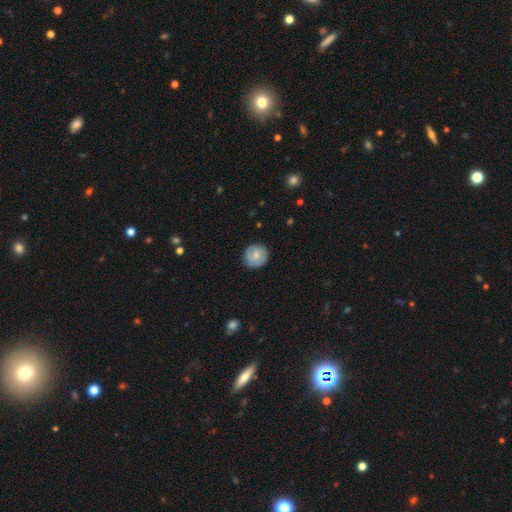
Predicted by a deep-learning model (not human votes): The model was most divided on "smooth or featured": smooth: 63%, featured or disk: 30%, star or artifact: 7%. More confident: how rounded — round (90%); merging — none (82%).